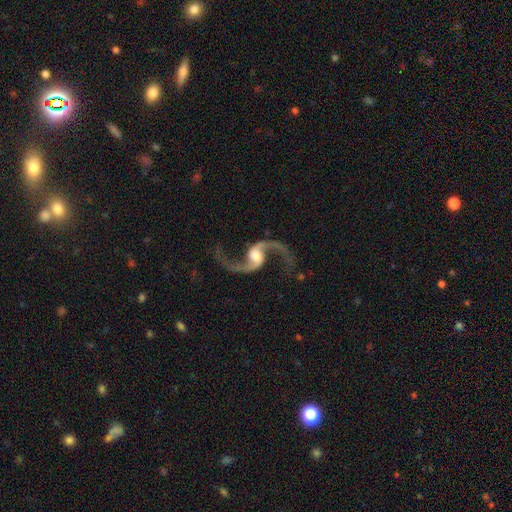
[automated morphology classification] Smooth or featured?
  - featured or disk: 94% *
  - star or artifact: 4%
  - smooth: 2%
Edge-on disk?
  - no: 98% *
  - yes: 2%
Bar?
  - no: 42% *
  - weak: 40%
  - strong: 18%
Spiral arms?
  - yes: 98% *
  - no: 2%
Spiral winding?
  - loose: 84% *
  - medium: 14%
  - tight: 3%
Spiral arm count?
  - 2: 95% *
  - 1: 1%
  - can't tell: 1%
  - 3: 1%
  - 4: 1%
  - more than 4: 1%
Bulge size?
  - moderate: 53% *
  - large: 23%
  - small: 18%
  - none: 4%
  - dominant: 3%
Merging?
  - none: 81% *
  - minor disturbance: 10%
  - major disturbance: 6%
  - merger: 2%